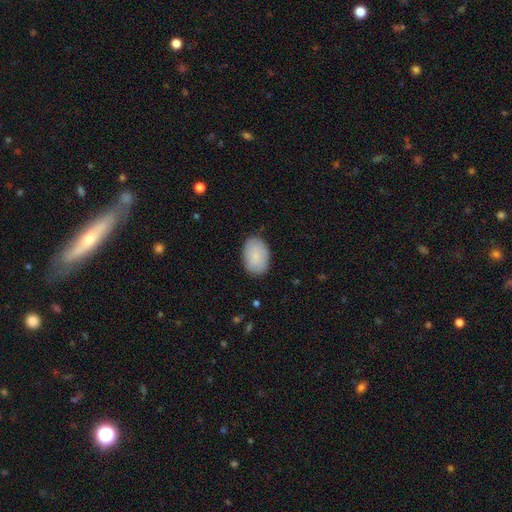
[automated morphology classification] A smooth galaxy with no disk features (87%) that is in between round and cigar-shaped (87%).

Vote fractions:
- Smooth or featured? smooth: 87% / featured or disk: 7% / star or artifact: 6%
- How rounded? in between: 87% / round: 12% / cigar-shaped: 1%
- Merging? none: 85% / minor disturbance: 12% / major disturbance: 2% / merger: 1%